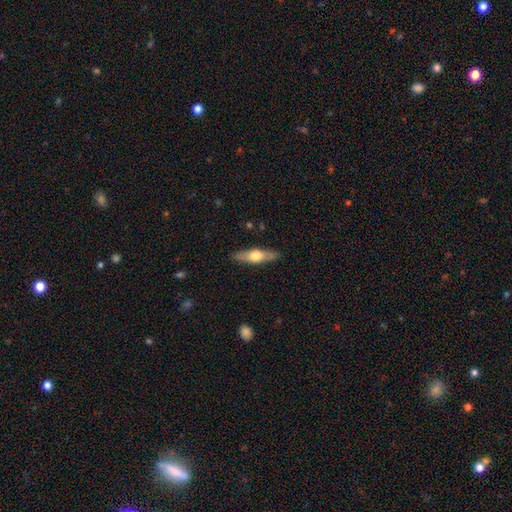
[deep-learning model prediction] A featured or disk galaxy (49%). Merging: none (88%).